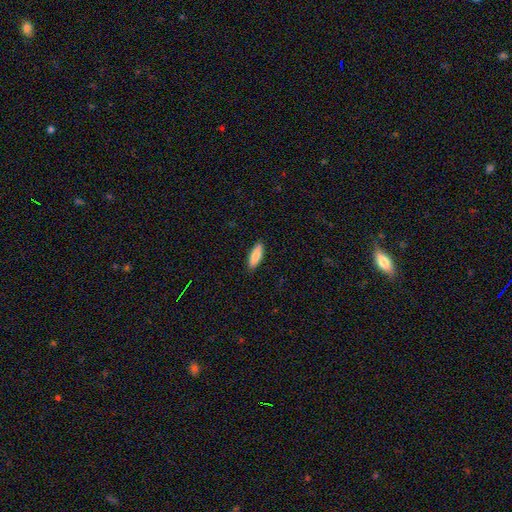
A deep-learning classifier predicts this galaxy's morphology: This is clearly a smooth galaxy (86%). How rounded: possibly in between (57%). Merging: clearly none (89%).